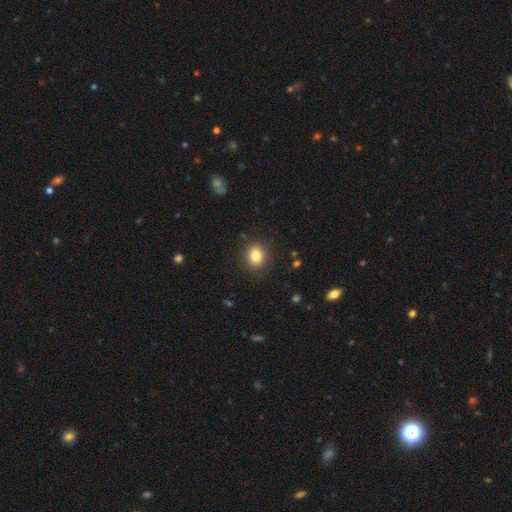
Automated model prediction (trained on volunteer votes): This appears to be a smooth galaxy with no disk features (82%) that is round (54%). Merging: none (88%).